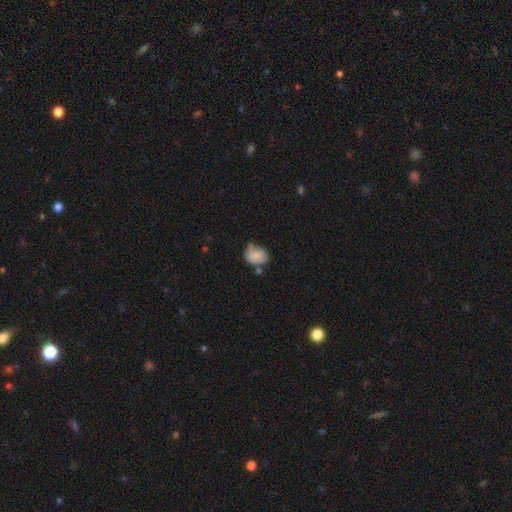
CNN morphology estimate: A smooth galaxy with no disk features (75%) that is in between round and cigar-shaped (56%).

Vote fractions:
- Smooth or featured? smooth: 75% / featured or disk: 17% / star or artifact: 9%
- How rounded? in between: 56% / round: 43% / cigar-shaped: 1%
- Merging? none: 38% / minor disturbance: 35% / major disturbance: 14% / merger: 13%